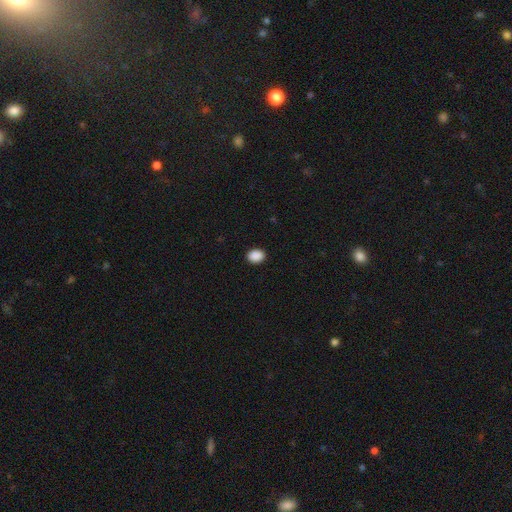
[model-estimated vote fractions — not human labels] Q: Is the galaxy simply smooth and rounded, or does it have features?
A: smooth — 90%.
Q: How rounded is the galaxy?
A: in between — 62%.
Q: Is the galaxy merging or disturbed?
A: none — 91%.